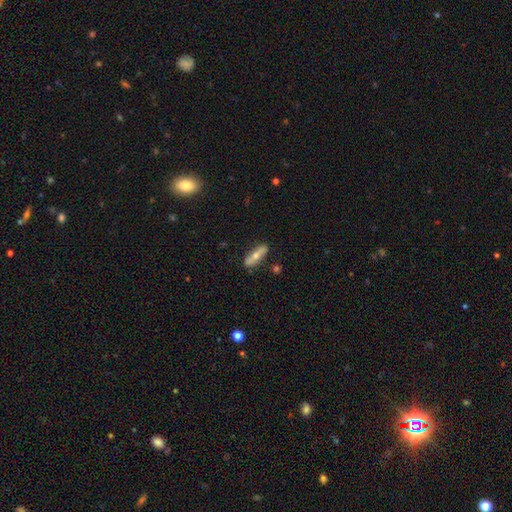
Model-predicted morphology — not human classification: This appears to be a smooth galaxy with no disk features (54%) that is cigar-shaped (55%). Merging: none (82%).